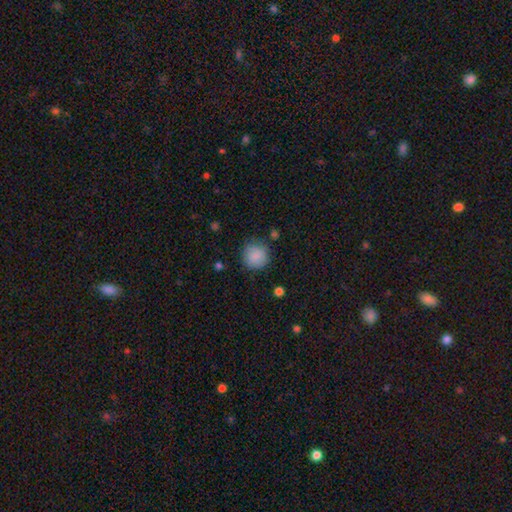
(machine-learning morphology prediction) Smooth or featured: smooth — 87% (star or artifact — 8%)
How rounded: round — 90% (in between — 9%)
Merging: none — 79% (minor disturbance — 15%)